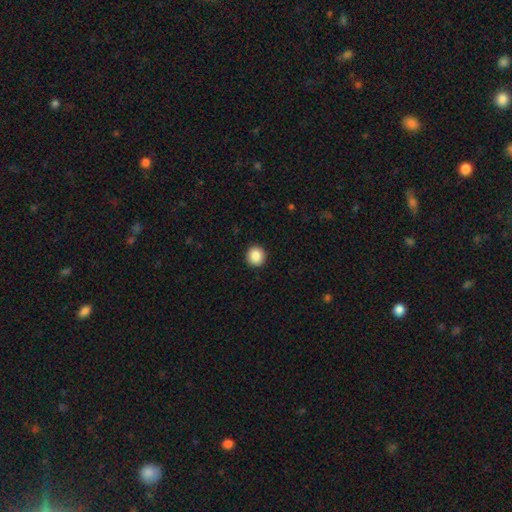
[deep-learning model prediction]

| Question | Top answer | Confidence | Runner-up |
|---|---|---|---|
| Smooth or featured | smooth | 87% | star or artifact (9%) |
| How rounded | round | 94% | in between (5%) |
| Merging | none | 93% | minor disturbance (4%) |